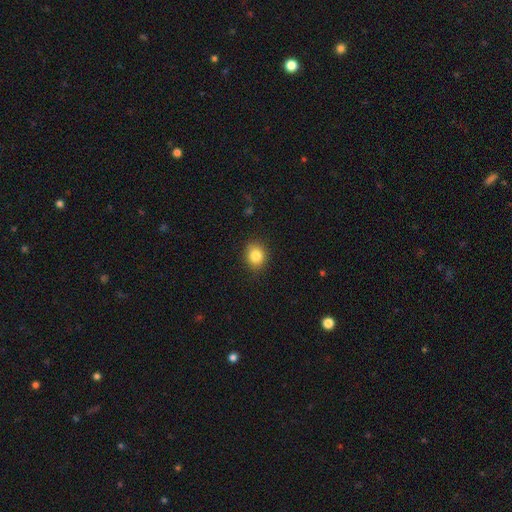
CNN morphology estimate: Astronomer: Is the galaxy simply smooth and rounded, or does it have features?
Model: smooth — 84%.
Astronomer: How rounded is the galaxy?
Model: round — 69%.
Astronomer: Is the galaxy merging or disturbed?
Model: none — 86%.